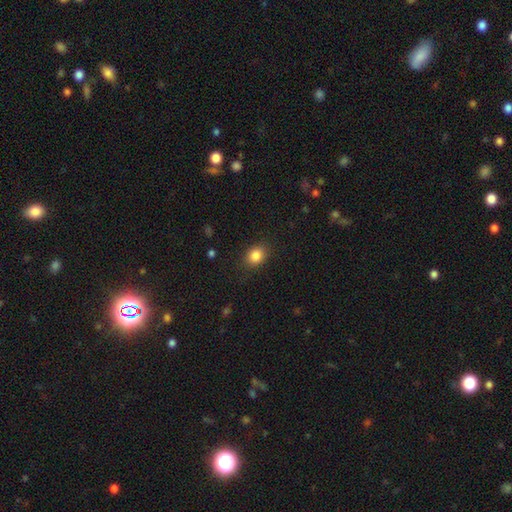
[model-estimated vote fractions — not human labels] Overall: smooth (85%). How rounded: in between (50%; round 49%). Merging: none (85%).